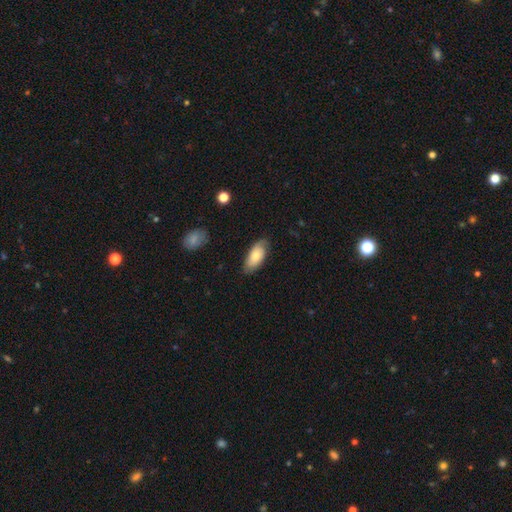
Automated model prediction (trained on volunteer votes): Smooth or featured? smooth (73%)
How rounded? in between (90%)
Merging? none (76%)